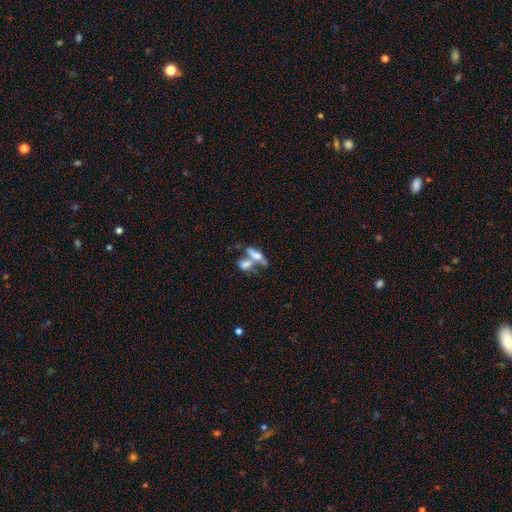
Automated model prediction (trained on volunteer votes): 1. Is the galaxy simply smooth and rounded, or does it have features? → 56% smooth, 35% featured or disk, 9% star or artifact.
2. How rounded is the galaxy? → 64% in between, 29% cigar-shaped, 7% round.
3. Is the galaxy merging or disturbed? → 55% merger, 28% none, 10% minor disturbance, 7% major disturbance.